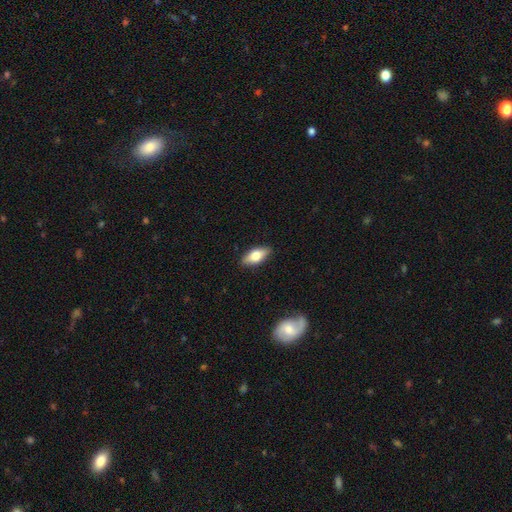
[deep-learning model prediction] Smooth or featured? Predicted: smooth (p=0.62). How rounded? Predicted: in between (p=0.79). Merging? Predicted: none (p=0.88).